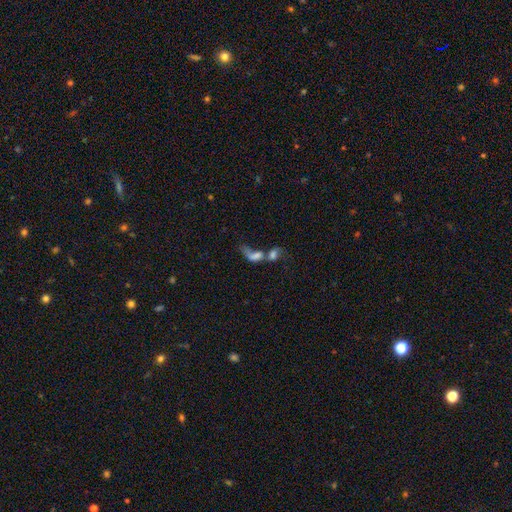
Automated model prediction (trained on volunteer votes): smooth 55%, featured or disk 32%, star or artifact 13%. Down the decision tree: how rounded — in between (73%); merging — merger (72%).